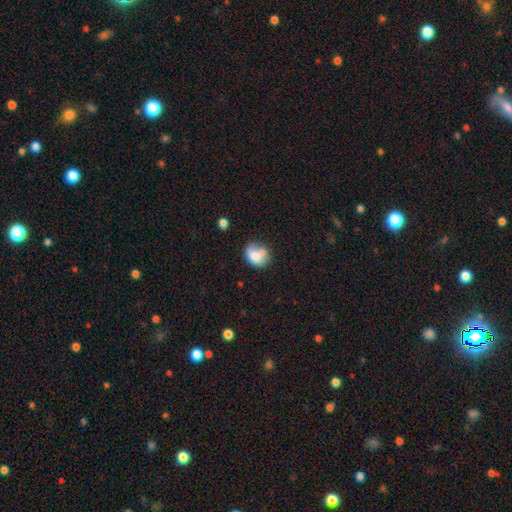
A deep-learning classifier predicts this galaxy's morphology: Overall: smooth (70%). How rounded: in between (51%; round 48%). Merging: none (36%; merger 33%).